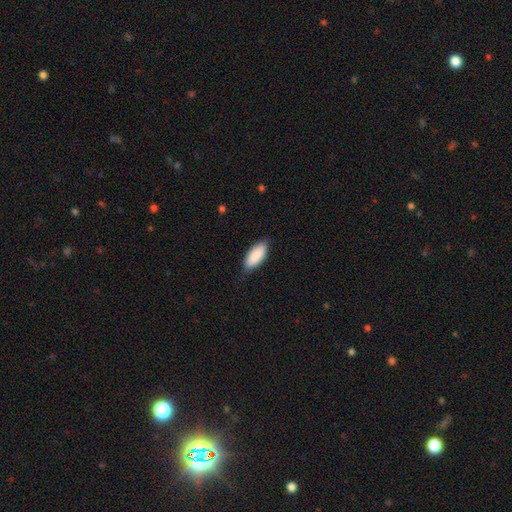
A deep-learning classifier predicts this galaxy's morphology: Q: Smooth or featured?
A: smooth (89%); runner-up: featured or disk (6%)
Q: How rounded?
A: in between (86%); runner-up: cigar-shaped (12%)
Q: Merging?
A: none (76%); runner-up: minor disturbance (20%)